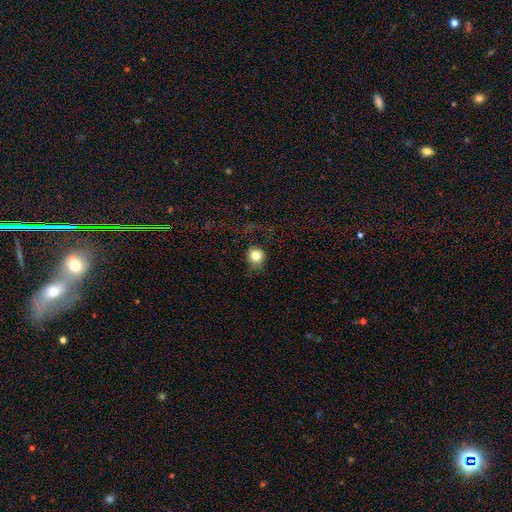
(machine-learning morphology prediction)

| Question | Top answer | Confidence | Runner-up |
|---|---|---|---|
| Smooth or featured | smooth | 79% | star or artifact (11%) |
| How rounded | round | 85% | in between (14%) |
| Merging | none | 68% | minor disturbance (18%) |